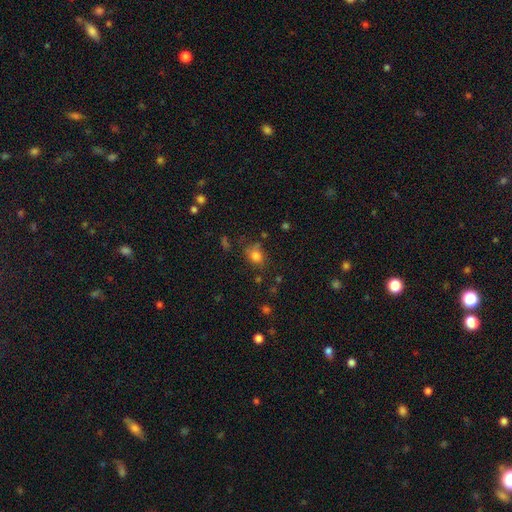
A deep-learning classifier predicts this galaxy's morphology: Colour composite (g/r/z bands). It shows a smooth galaxy with no disk features (78%) that is round (50%). Merging: none (64%).